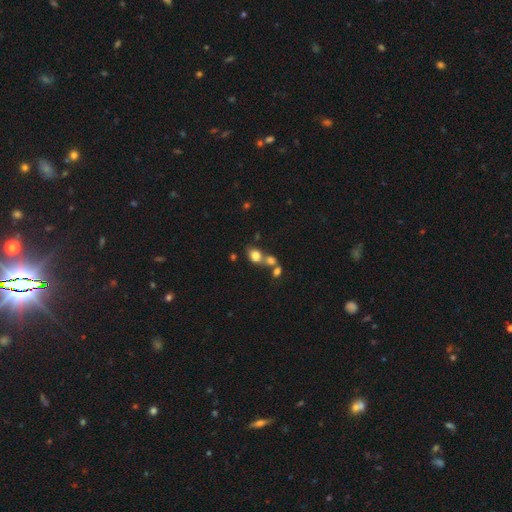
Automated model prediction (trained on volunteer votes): Overall: smooth (77%). How rounded: in between (54%; round 44%). Merging: merger (46%; none 38%).